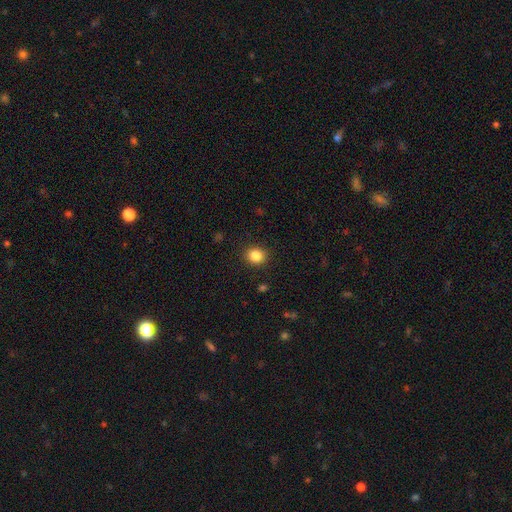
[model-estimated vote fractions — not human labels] smooth-or-featured: smooth: 85% | star or artifact: 11% | featured or disk: 4%
  how-rounded: round: 82% | in between: 17% | cigar-shaped: 1%
  merging: none: 90% | minor disturbance: 6% | major disturbance: 2% | merger: 1%